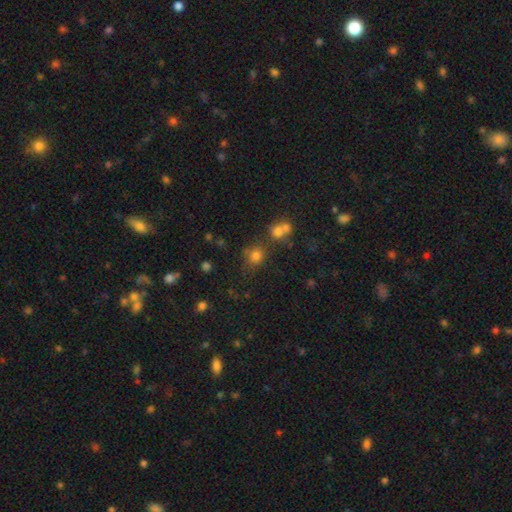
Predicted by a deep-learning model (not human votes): Overall: smooth (75%). How rounded: round (81%). Merging: none (65%).